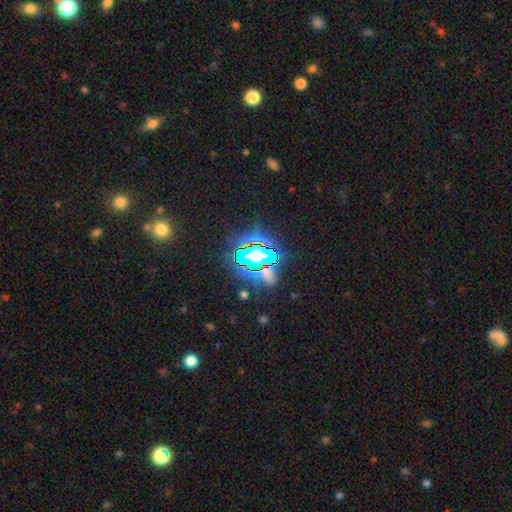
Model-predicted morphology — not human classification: Q: Smooth or featured?
A: star or artifact (69%); runner-up: smooth (19%)